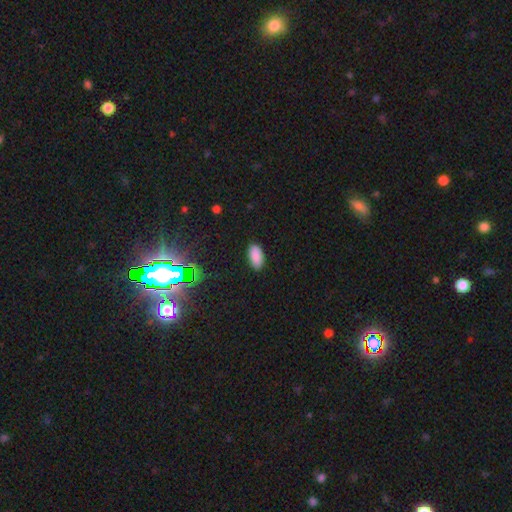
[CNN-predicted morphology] Smooth or featured? smooth (86%)
How rounded? in between (94%)
Merging? none (87%)